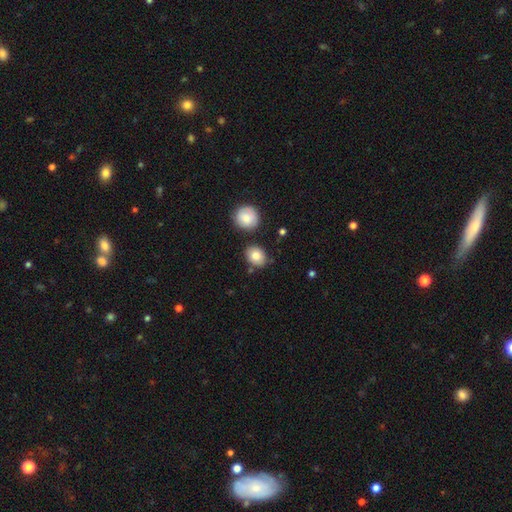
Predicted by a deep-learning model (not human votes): smooth 81%, featured or disk 10%, star or artifact 8%. Down the decision tree: how rounded — round (59%); merging — none (78%).